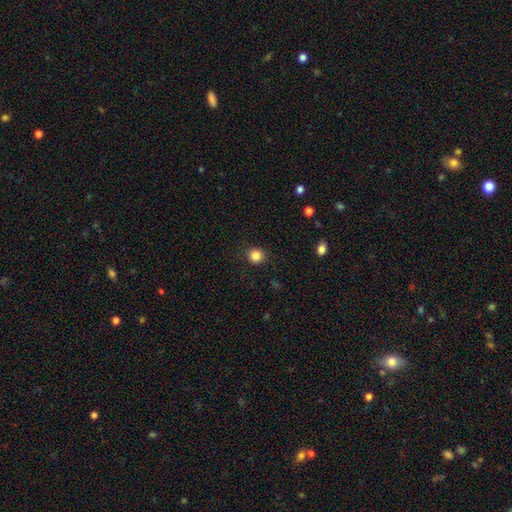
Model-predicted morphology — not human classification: A smooth galaxy with no disk features (85%) that is round (91%). Merging: none (90%).